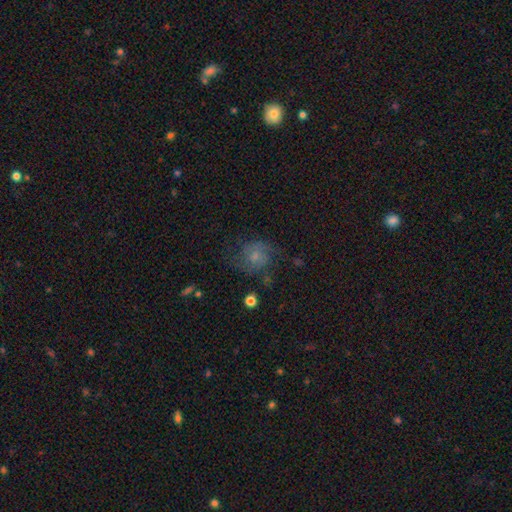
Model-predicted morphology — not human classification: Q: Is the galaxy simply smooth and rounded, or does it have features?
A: featured or disk — 51%.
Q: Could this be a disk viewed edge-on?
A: no — 97%.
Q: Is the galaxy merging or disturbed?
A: none — 57%.